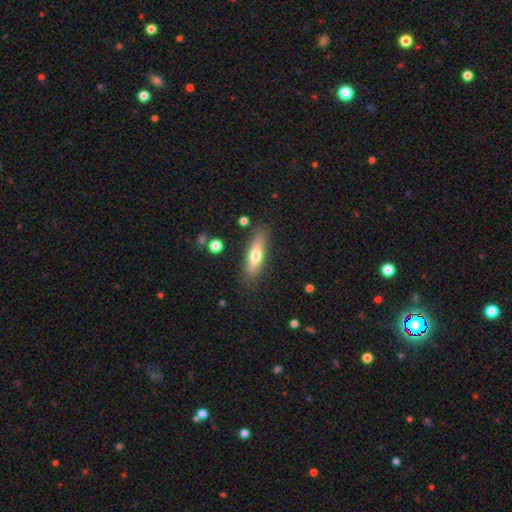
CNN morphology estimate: Overall: smooth (59%; featured or disk 35%). How rounded: cigar-shaped (63%; in between 35%). Merging: none (82%).